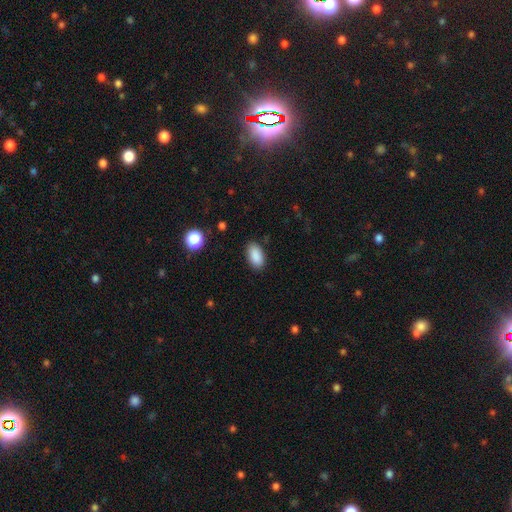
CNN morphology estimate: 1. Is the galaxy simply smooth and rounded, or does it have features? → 89% smooth, 8% star or artifact, 3% featured or disk.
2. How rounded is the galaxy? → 93% in between, 4% round, 3% cigar-shaped.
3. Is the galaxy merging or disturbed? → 87% none, 9% minor disturbance, 3% major disturbance, 1% merger.